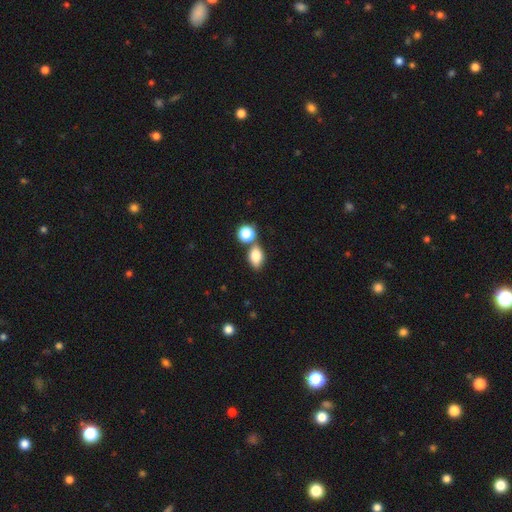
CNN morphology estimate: A smooth galaxy with no disk features (82%) that is in between round and cigar-shaped (80%).

Vote fractions:
- Smooth or featured? smooth: 82% / star or artifact: 9% / featured or disk: 9%
- How rounded? in between: 80% / round: 18% / cigar-shaped: 2%
- Merging? none: 54% / merger: 30% / minor disturbance: 12% / major disturbance: 4%